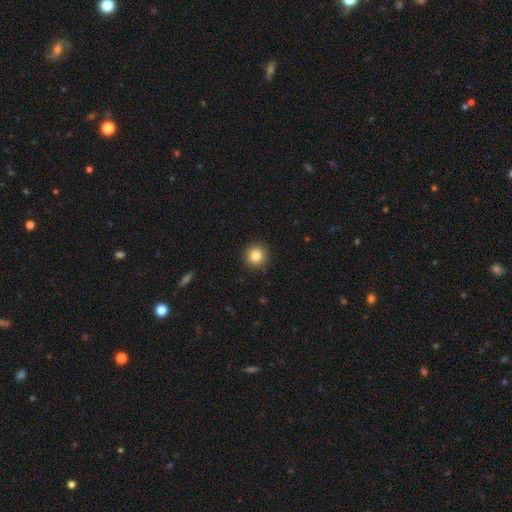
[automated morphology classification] type=smooth (84%); roundness=round (94%); merging=none (92%).